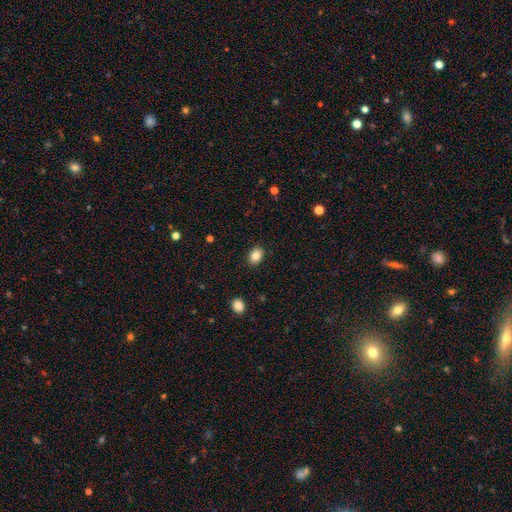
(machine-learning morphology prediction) smooth_or_featured: smooth (p=0.84) [alt: star or artifact p=0.09]
how_rounded: in between (p=0.70) [alt: round p=0.29]
merging: none (p=0.89) [alt: minor disturbance p=0.08]